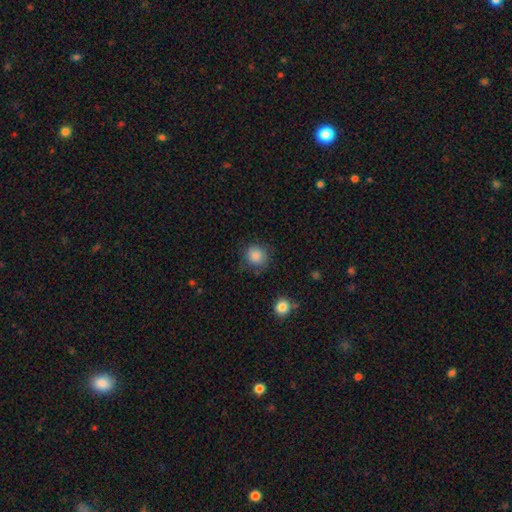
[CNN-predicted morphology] Smooth or featured? smooth (86%)
How rounded? round (87%)
Merging? none (79%)